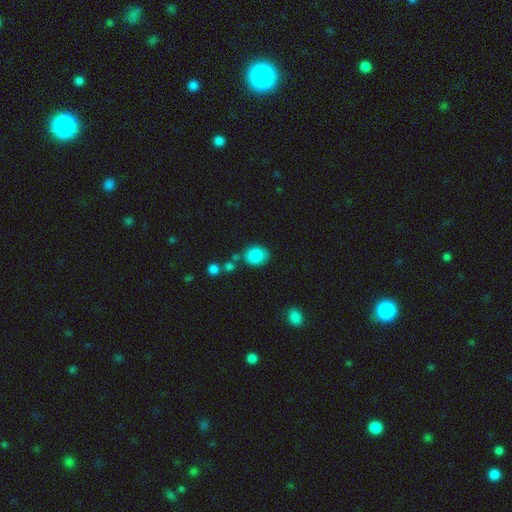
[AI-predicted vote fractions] Smooth or featured: smooth — 87% (star or artifact — 8%)
How rounded: round — 64% (in between — 35%)
Merging: none — 72% (minor disturbance — 16%)